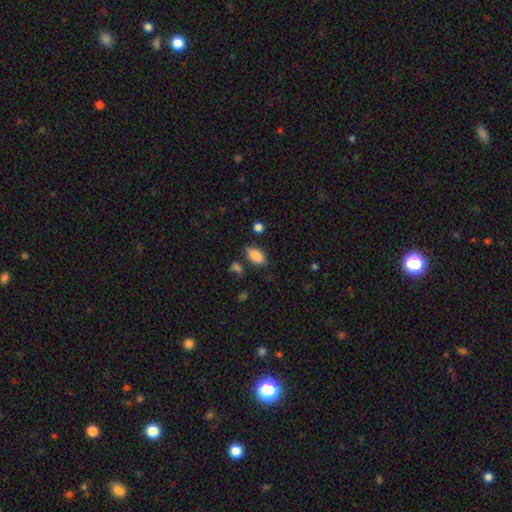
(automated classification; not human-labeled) This appears to be a smooth galaxy with no disk features (85%) that is in between round and cigar-shaped (89%). Merging: none (73%).